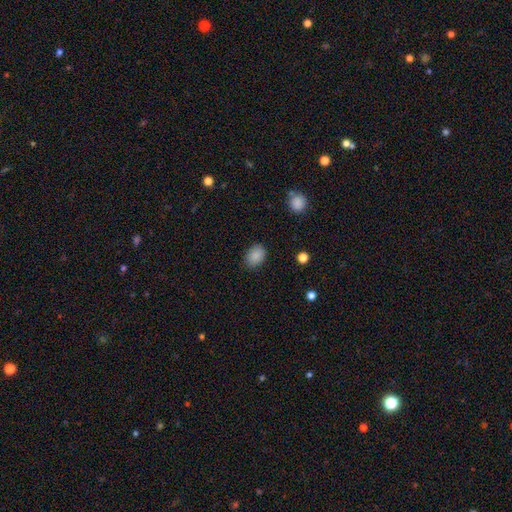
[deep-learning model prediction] Overall: smooth (87%). How rounded: in between (66%; round 33%). Merging: none (84%).